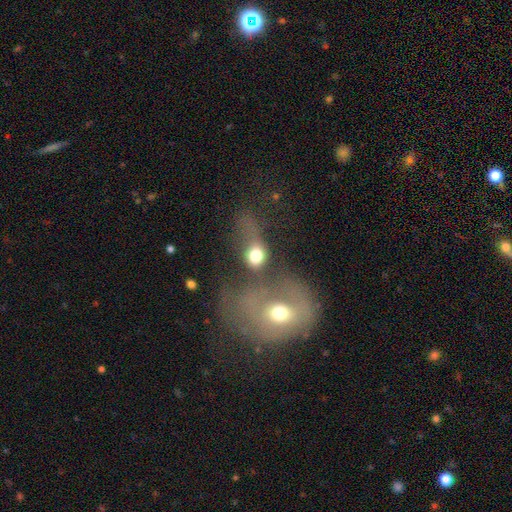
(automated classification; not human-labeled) This is likely a smooth galaxy (65%). How rounded: possibly in between (52%). Merging: possibly merger (47%).